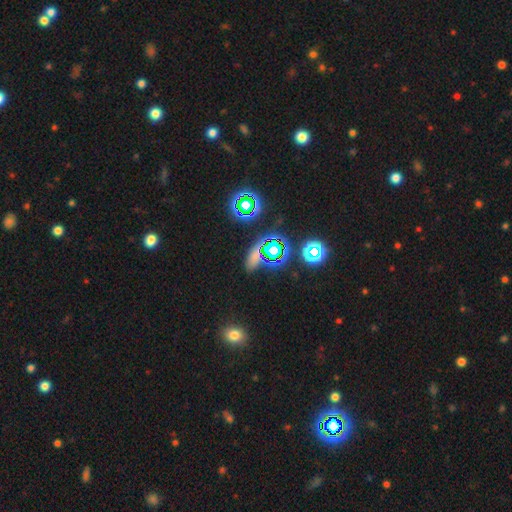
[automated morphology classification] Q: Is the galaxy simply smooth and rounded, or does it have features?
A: star or artifact — 53%.